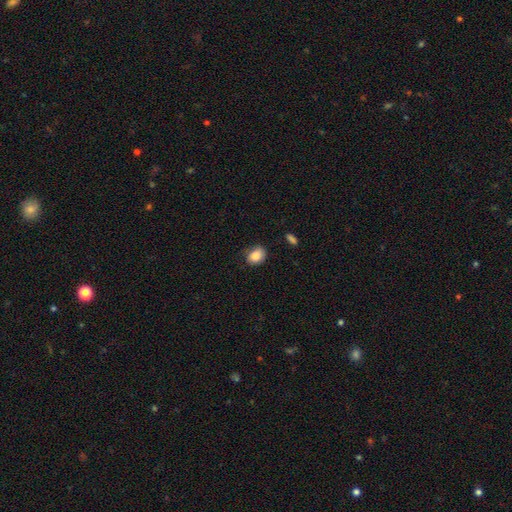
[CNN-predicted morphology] Smooth or featured? smooth (86%)
How rounded? in between (57%)
Merging? none (71%)